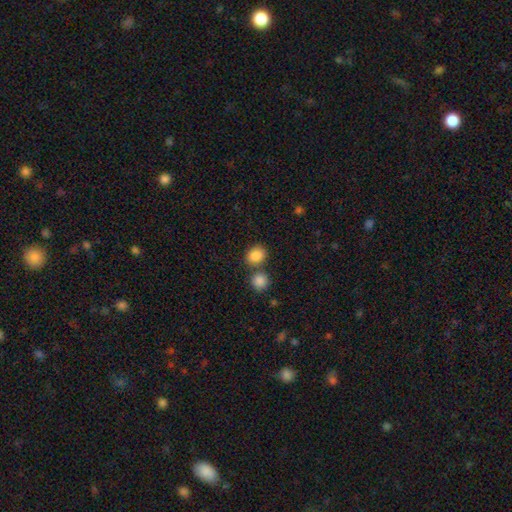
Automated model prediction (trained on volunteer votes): Morphology: type=smooth (86%); roundness=round (54%); merging=none (60%).